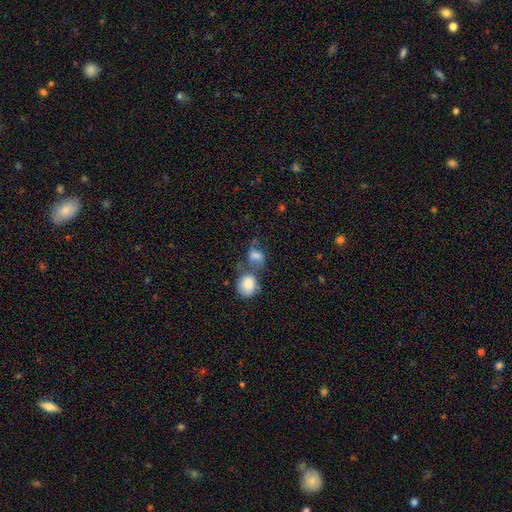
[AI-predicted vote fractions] smooth 72%, featured or disk 18%, star or artifact 10%. Down the decision tree: how rounded — in between (59%); merging — merger (48%).